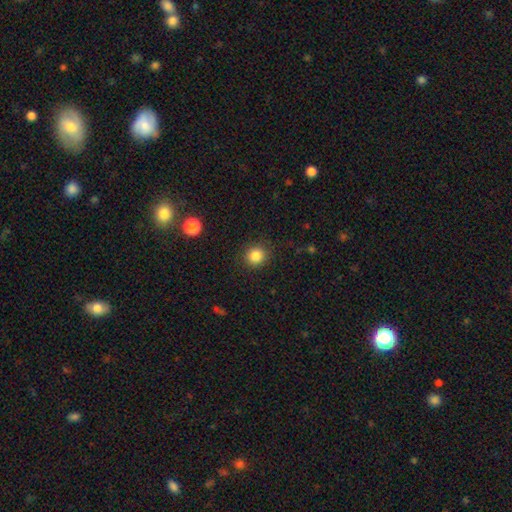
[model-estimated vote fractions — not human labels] Q: Smooth or featured?
A: smooth (85%); runner-up: star or artifact (11%)
Q: How rounded?
A: round (87%); runner-up: in between (12%)
Q: Merging?
A: none (88%); runner-up: minor disturbance (8%)